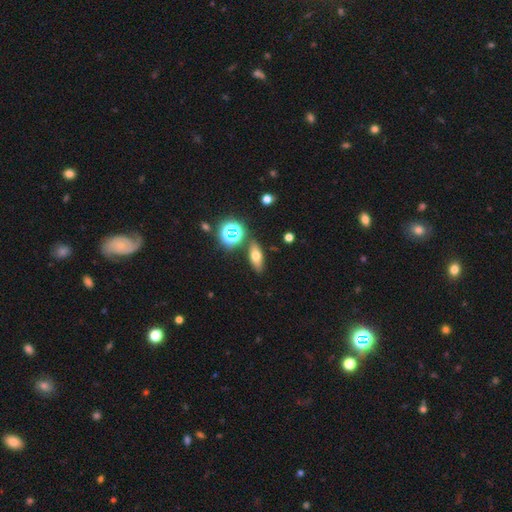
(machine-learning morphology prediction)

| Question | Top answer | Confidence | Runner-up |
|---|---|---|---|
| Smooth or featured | smooth | 57% | featured or disk (22%) |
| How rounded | in between | 65% | cigar-shaped (22%) |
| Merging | none | 83% | minor disturbance (9%) |